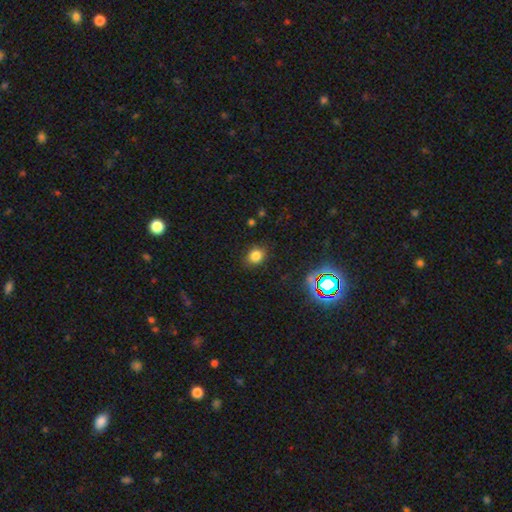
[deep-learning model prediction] This appears to be a smooth galaxy with no disk features (79%) that is round (65%). Merging: none (86%).